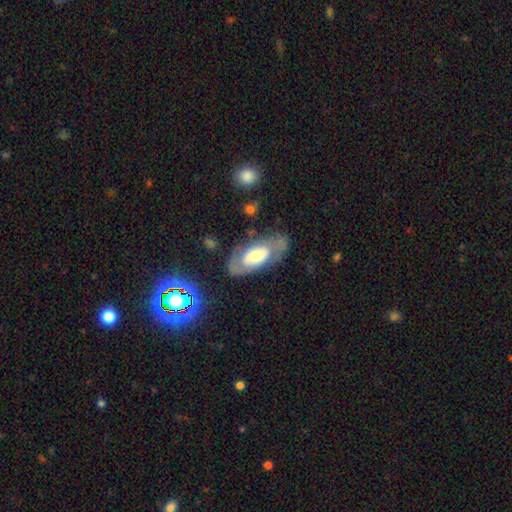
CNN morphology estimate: This appears to be a featured or disk galaxy (55%). Merging: none (70%).